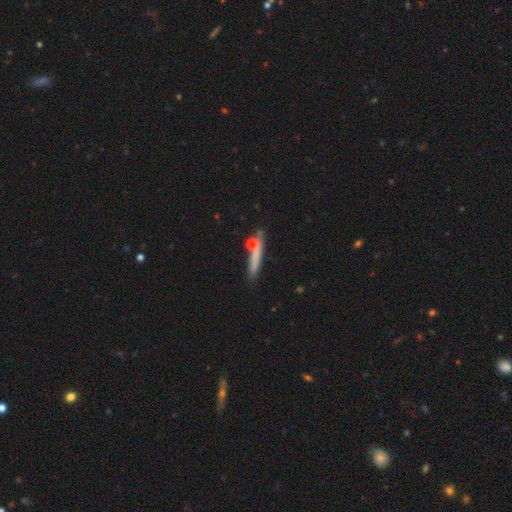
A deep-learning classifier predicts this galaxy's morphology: This appears to be a smooth galaxy with no disk features (62%) that is cigar-shaped (88%). Merging: none (70%).